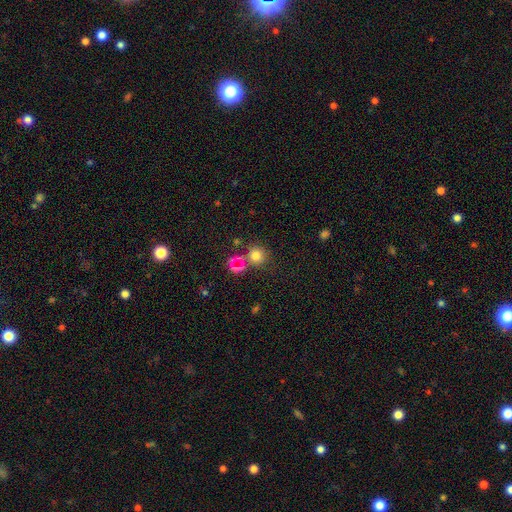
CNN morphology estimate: Smooth or featured? Predicted: smooth (p=0.76). How rounded? Predicted: round (p=0.89). Merging? Predicted: none (p=0.62).